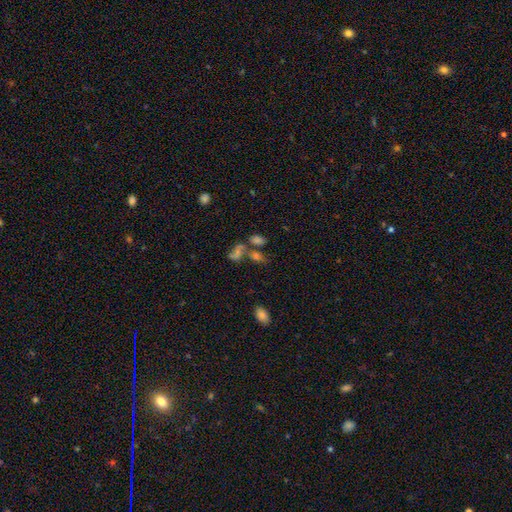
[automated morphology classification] Overall: smooth (49%; star or artifact 27%). Merging: merger (44%; none 34%).